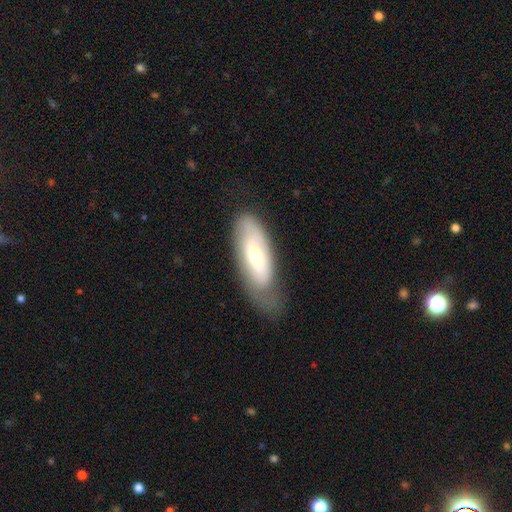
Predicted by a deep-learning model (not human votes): smooth-or-featured: featured or disk: 47% (tied) | smooth: 47% (tied) | star or artifact: 7%
  merging: none: 50% | minor disturbance: 31% | major disturbance: 17% | merger: 2%